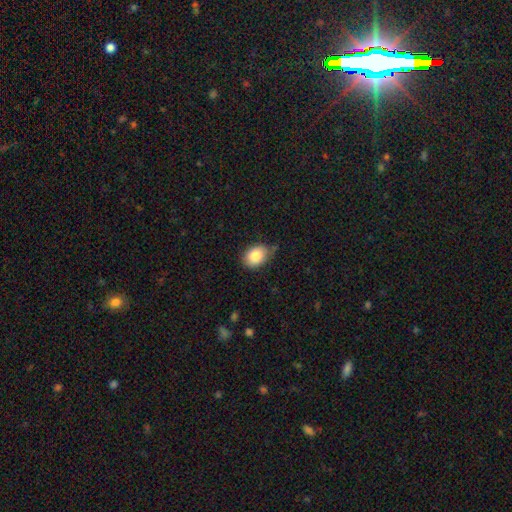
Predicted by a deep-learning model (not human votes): The model was most divided on "how rounded": in between: 66%, round: 33%, cigar-shaped: 1%. More confident: smooth or featured — smooth (83%); merging — none (69%).